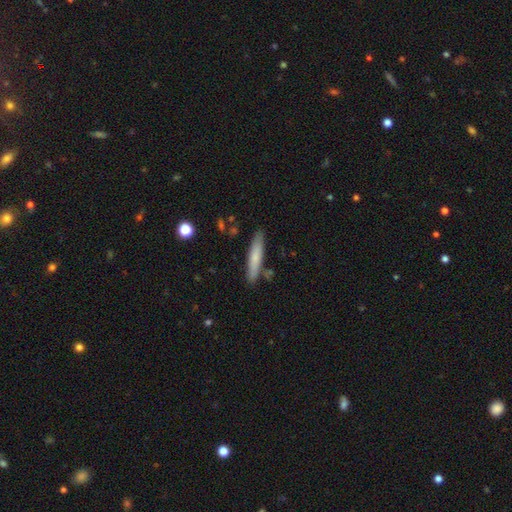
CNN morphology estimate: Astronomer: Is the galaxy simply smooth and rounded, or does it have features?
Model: smooth — 65%.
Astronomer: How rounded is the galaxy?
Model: cigar-shaped — 90%.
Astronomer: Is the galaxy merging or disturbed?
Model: none — 84%.